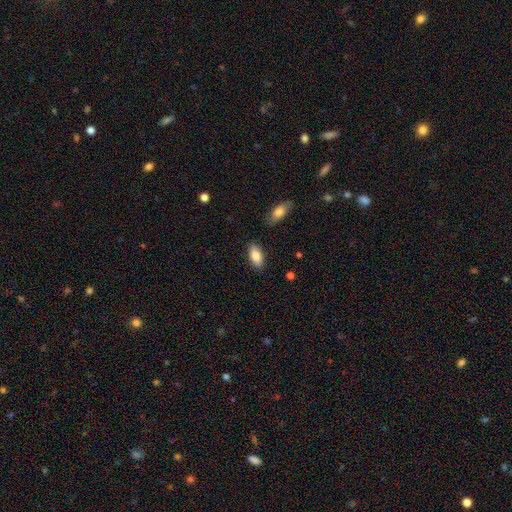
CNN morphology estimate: smooth-or-featured: smooth: 86% | featured or disk: 8% | star or artifact: 6%
  how-rounded: in between: 90% | cigar-shaped: 8% | round: 2%
  merging: none: 86% | minor disturbance: 10% | major disturbance: 2% | merger: 2%